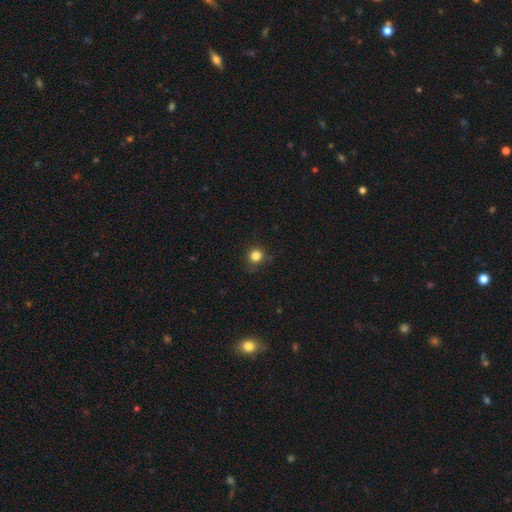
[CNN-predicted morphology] Overall: smooth (82%). How rounded: round (91%). Merging: none (83%).